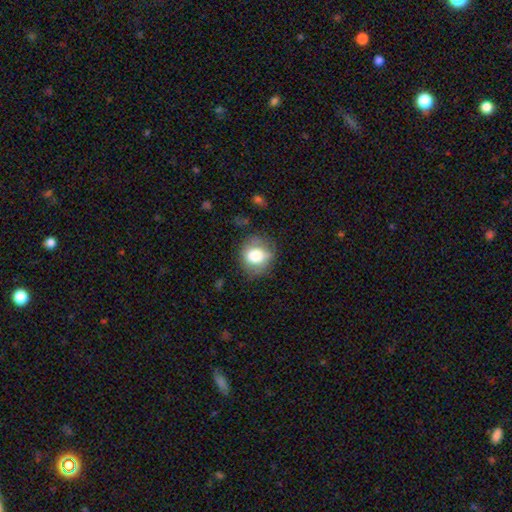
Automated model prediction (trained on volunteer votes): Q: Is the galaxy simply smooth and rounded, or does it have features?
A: smooth — 75%.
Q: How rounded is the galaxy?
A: round — 75%.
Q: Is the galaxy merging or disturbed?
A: none — 68%.